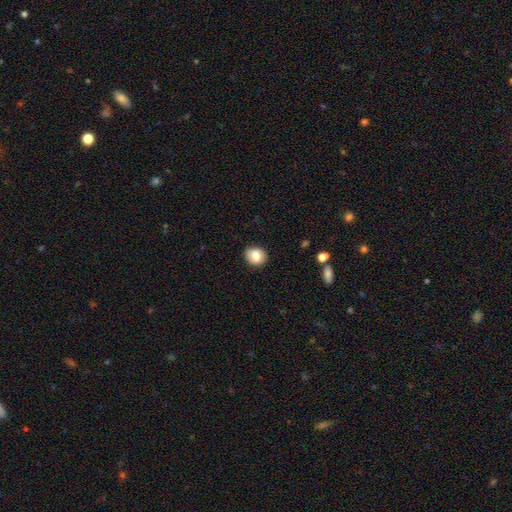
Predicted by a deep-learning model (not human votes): Smooth or featured: smooth — 82% (featured or disk — 10%)
How rounded: round — 57% (in between — 42%)
Merging: none — 86% (minor disturbance — 10%)